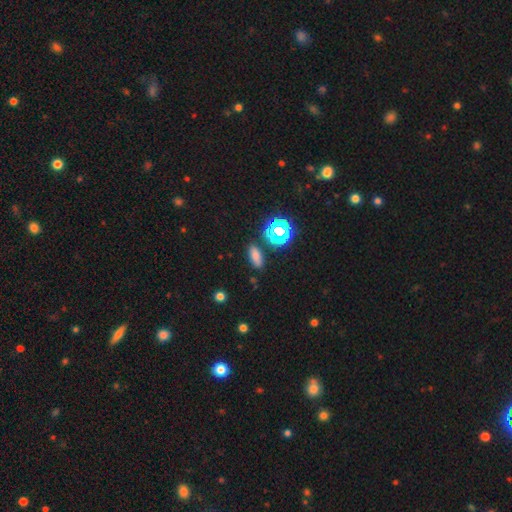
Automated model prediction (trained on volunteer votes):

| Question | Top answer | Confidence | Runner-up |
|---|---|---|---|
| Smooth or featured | smooth | 69% | star or artifact (22%) |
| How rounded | in between | 78% | cigar-shaped (14%) |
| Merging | none | 84% | minor disturbance (10%) |